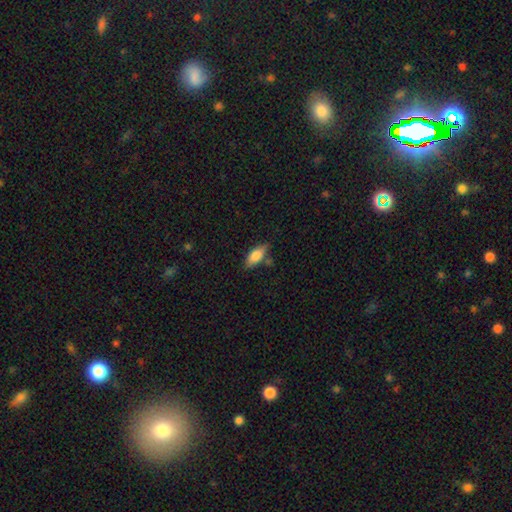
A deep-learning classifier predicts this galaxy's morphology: Smooth or featured: smooth — 82% (featured or disk — 11%)
How rounded: in between — 83% (cigar-shaped — 14%)
Merging: none — 70% (minor disturbance — 20%)